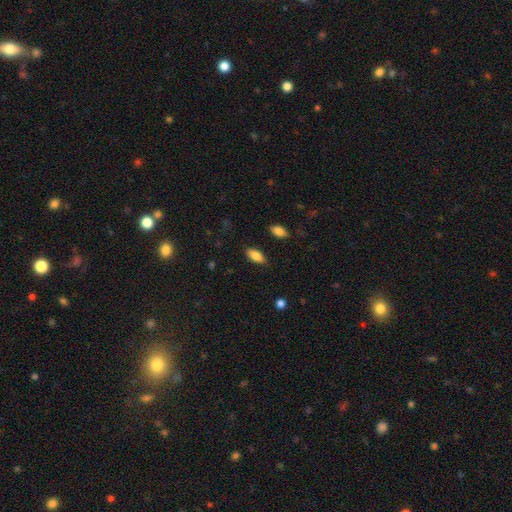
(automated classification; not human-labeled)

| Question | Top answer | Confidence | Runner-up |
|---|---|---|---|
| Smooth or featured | smooth | 85% | featured or disk (7%) |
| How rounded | in between | 88% | cigar-shaped (10%) |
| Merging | none | 86% | minor disturbance (10%) |